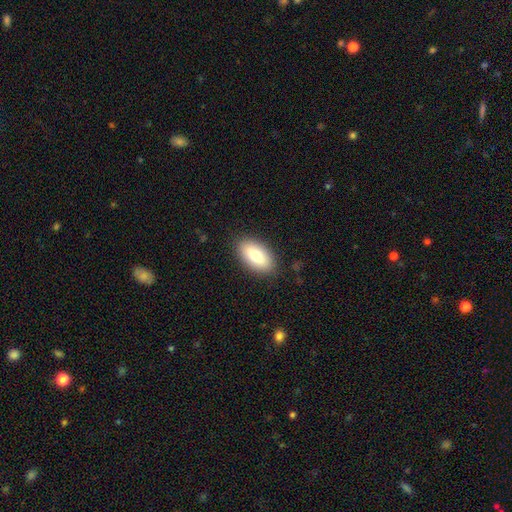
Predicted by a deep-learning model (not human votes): This is likely a smooth galaxy (75%). How rounded: clearly in between (92%). Merging: clearly none (87%).